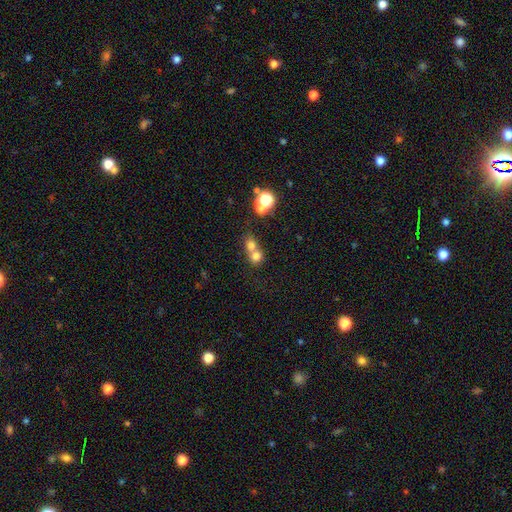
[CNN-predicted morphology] smooth-or-featured: smooth: 71% | star or artifact: 16% | featured or disk: 13%
  how-rounded: round: 83% | in between: 16% | cigar-shaped: 1%
  merging: merger: 58% | none: 34% | minor disturbance: 5% | major disturbance: 3%